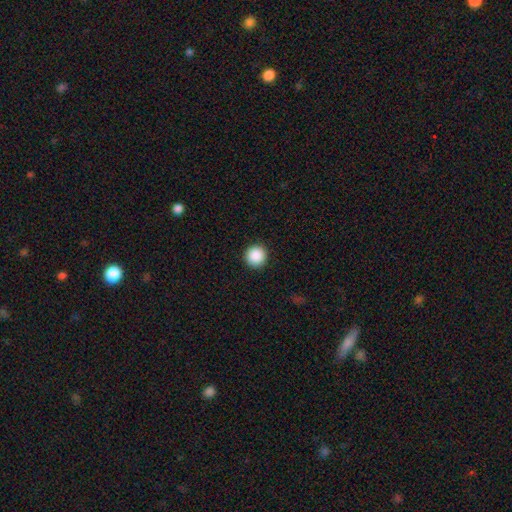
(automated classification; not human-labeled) smooth-or-featured: smooth: 89% | star or artifact: 9% | featured or disk: 2%
  how-rounded: round: 95% | in between: 4% | cigar-shaped: 1%
  merging: none: 93% | minor disturbance: 5% | major disturbance: 2% | merger: 1%